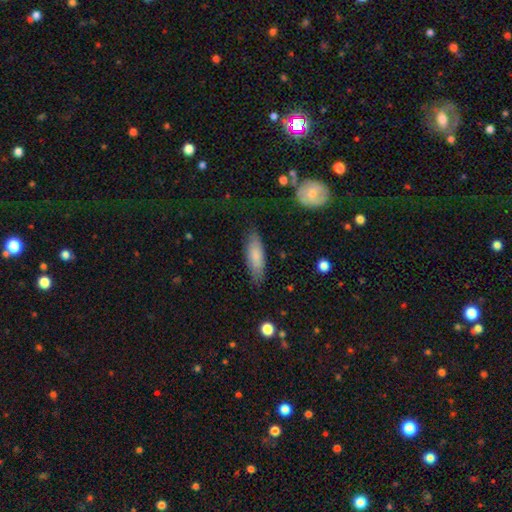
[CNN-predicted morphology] type=smooth (79%); roundness=in between (52%); merging=none (78%).